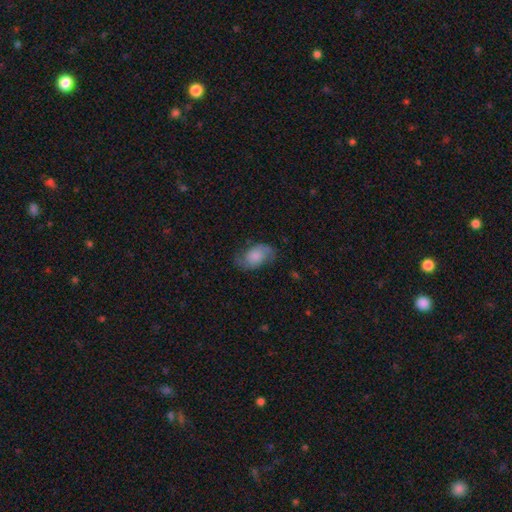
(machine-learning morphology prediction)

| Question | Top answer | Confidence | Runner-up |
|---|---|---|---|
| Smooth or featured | featured or disk | 57% | smooth (34%) |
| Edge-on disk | no | 97% | yes (3%) |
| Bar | no | 70% | weak (25%) |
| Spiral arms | yes | 90% | no (10%) |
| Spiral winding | medium | 43% | loose (40%) |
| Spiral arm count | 2 | 89% | can't tell (5%) |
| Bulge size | none | 28% | small (23%) |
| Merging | none | 68% | minor disturbance (20%) |